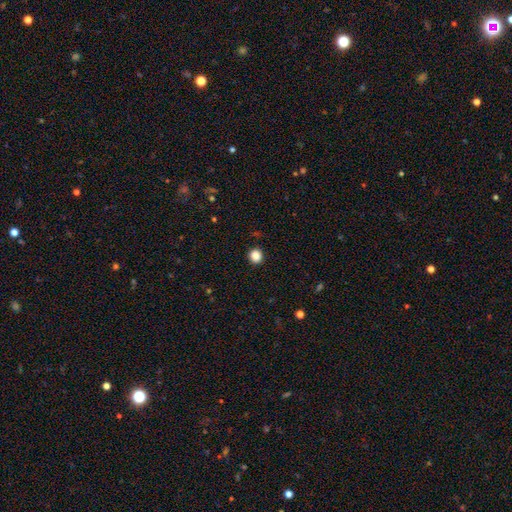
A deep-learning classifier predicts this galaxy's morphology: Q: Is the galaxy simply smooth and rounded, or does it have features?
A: smooth — 86%.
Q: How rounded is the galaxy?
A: round — 84%.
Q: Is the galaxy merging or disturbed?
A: none — 91%.